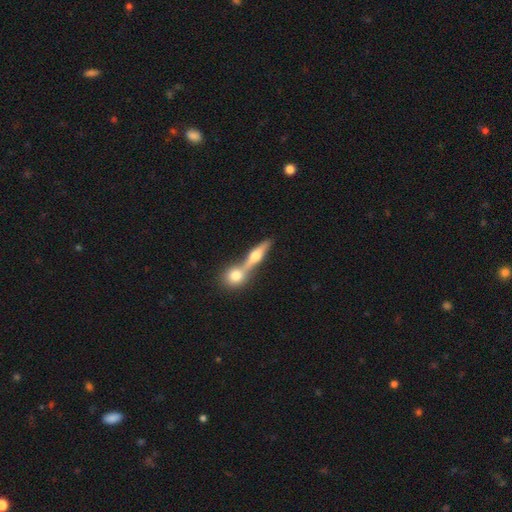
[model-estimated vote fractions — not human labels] Smooth or featured? Predicted: featured or disk (p=0.53). Edge-on disk? Predicted: yes (p=0.89). Merging? Predicted: merger (p=0.46).